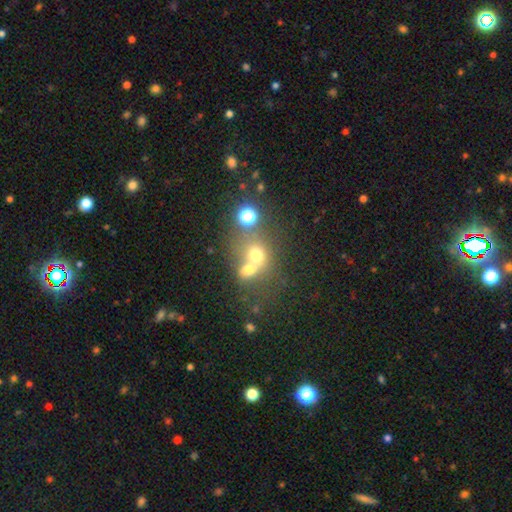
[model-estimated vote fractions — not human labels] A smooth galaxy with no disk features (63%) that is round (67%). Merging: merger (59%).